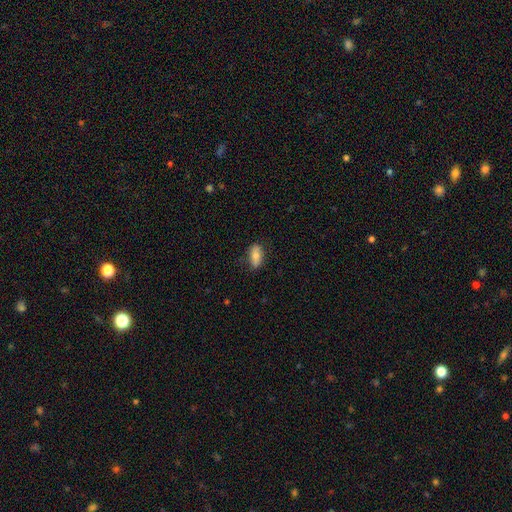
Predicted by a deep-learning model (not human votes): The model was most divided on "smooth or featured": smooth: 74%, featured or disk: 19%, star or artifact: 7%. More confident: how rounded — in between (89%); merging — none (80%).